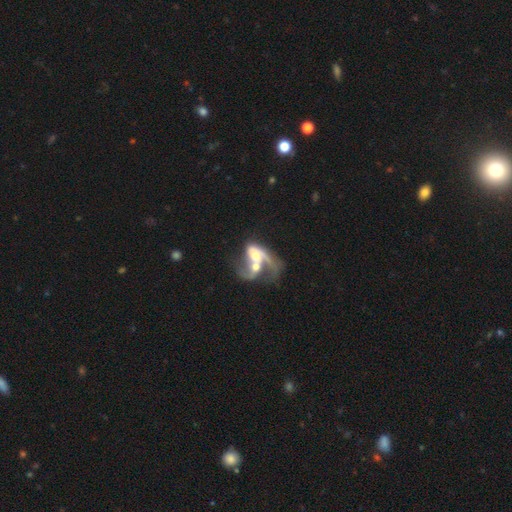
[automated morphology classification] type=featured or disk (71%); edge-on=no (97%); bar=no (60%); spiral arms=yes (75%); winding=loose (64%); arm count=2 (50%); bulge=moderate (60%); merging=merger (79%).